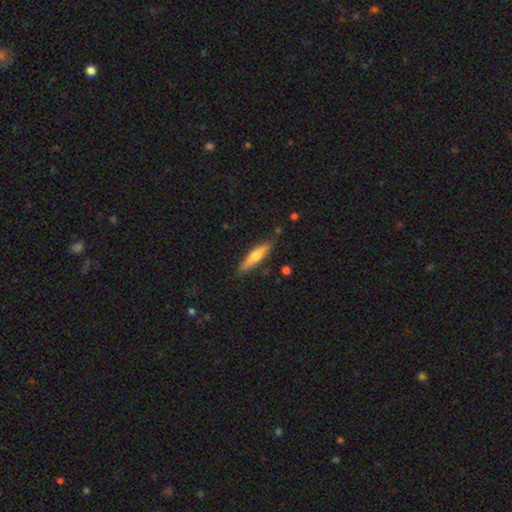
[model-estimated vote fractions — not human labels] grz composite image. It shows a smooth galaxy with no disk features (53%) that is cigar-shaped (80%). Merging: none (84%).